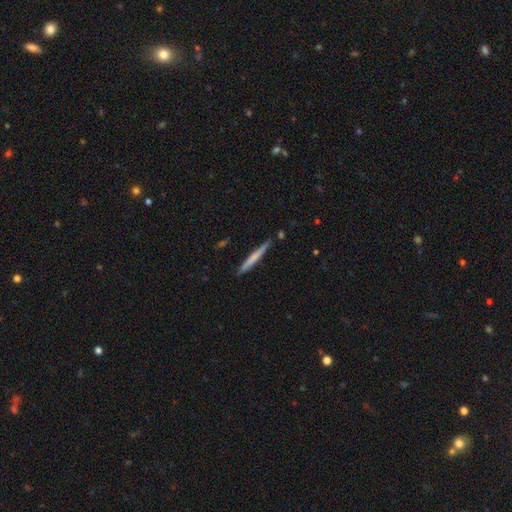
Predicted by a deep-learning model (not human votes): smooth_or_featured: smooth (p=0.55) [alt: featured or disk p=0.39]
how_rounded: cigar-shaped (p=0.97) [alt: in between p=0.02]
merging: none (p=0.88) [alt: minor disturbance p=0.09]